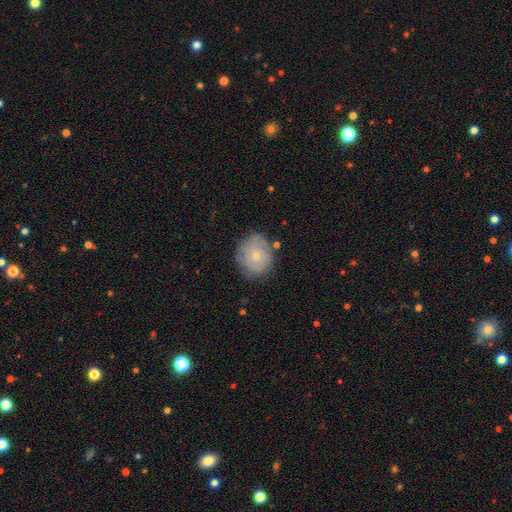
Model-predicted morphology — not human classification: The model was most divided on "smooth or featured": smooth: 56%, featured or disk: 37%, star or artifact: 7%. More confident: how rounded — round (75%); merging — none (71%).